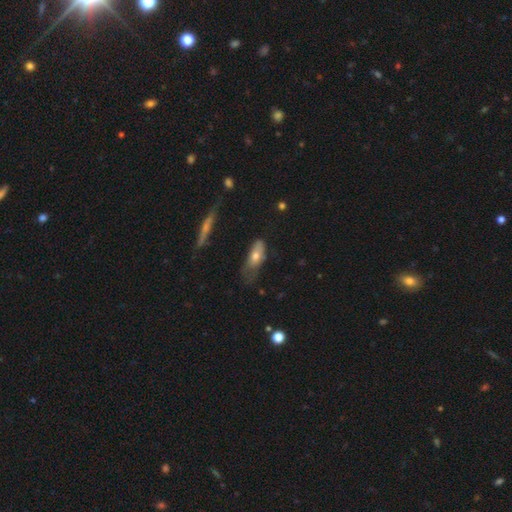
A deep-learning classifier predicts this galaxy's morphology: smooth 62%, featured or disk 30%, star or artifact 8%. Down the decision tree: how rounded — in between (72%); merging — minor disturbance (36%).